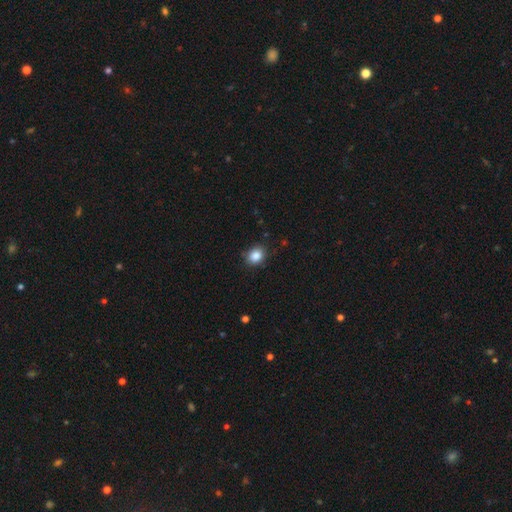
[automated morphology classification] smooth-or-featured: smooth: 86% | star or artifact: 10% | featured or disk: 4%
  how-rounded: round: 58% | in between: 41% | cigar-shaped: 1%
  merging: none: 82% | minor disturbance: 13% | major disturbance: 3% | merger: 1%